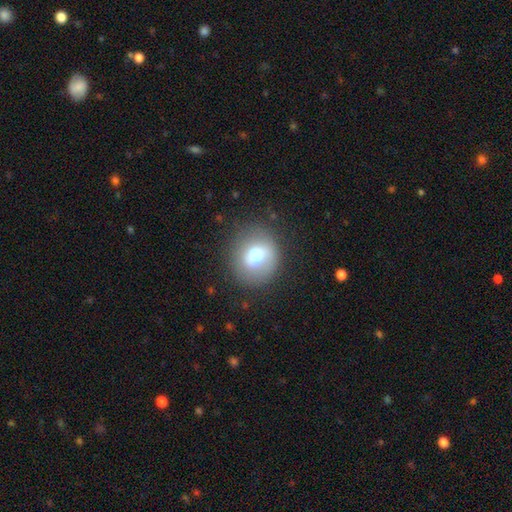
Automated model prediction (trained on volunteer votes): Morphology: type=smooth (66%); roundness=round (85%); merging=none (80%).